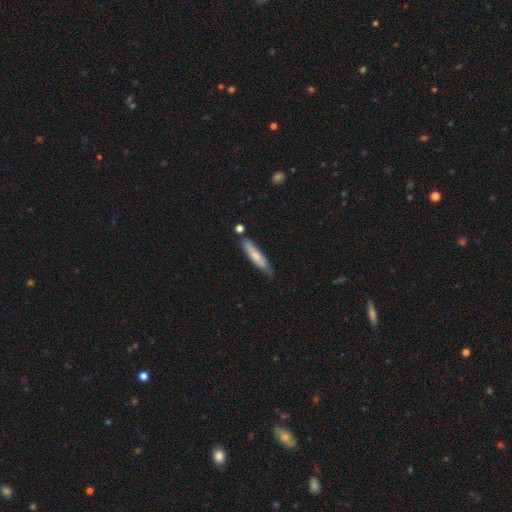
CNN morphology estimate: This appears to be a smooth galaxy with no disk features (70%) that is cigar-shaped (87%). Merging: none (69%).